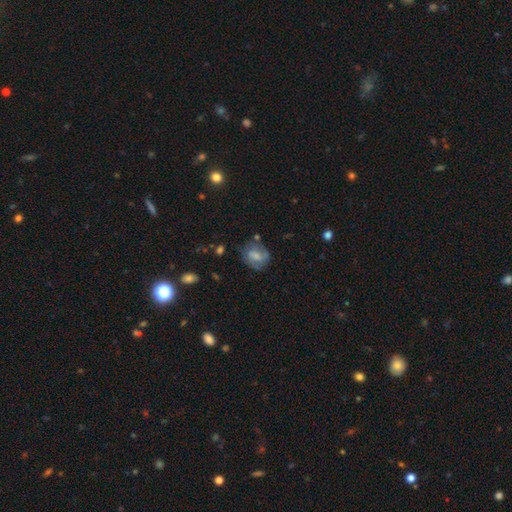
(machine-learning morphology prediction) Smooth or featured?
  - smooth: 56% *
  - featured or disk: 34%
  - star or artifact: 9%
How rounded?
  - round: 57% *
  - in between: 42%
  - cigar-shaped: 1%
Merging?
  - none: 59% *
  - minor disturbance: 25%
  - major disturbance: 12%
  - merger: 4%